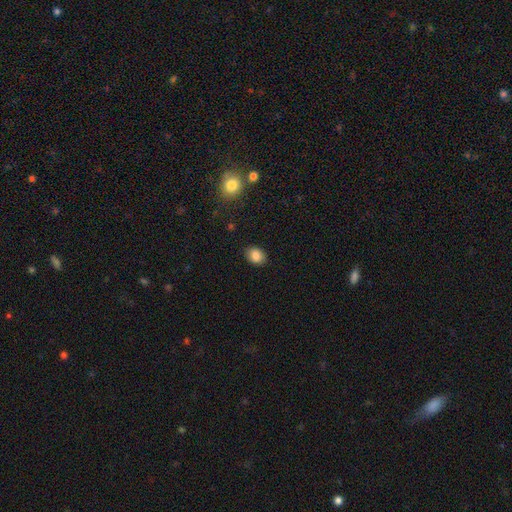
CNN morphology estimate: Overall: smooth (85%). How rounded: in between (70%). Merging: none (87%).